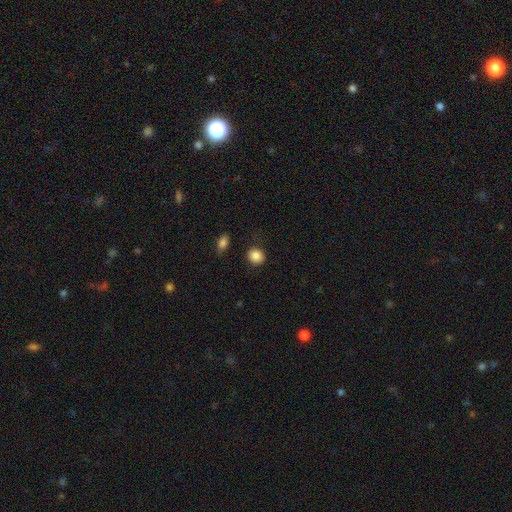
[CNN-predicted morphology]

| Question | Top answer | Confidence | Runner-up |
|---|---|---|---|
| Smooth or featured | smooth | 87% | star or artifact (9%) |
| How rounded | round | 79% | in between (20%) |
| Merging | none | 85% | minor disturbance (10%) |